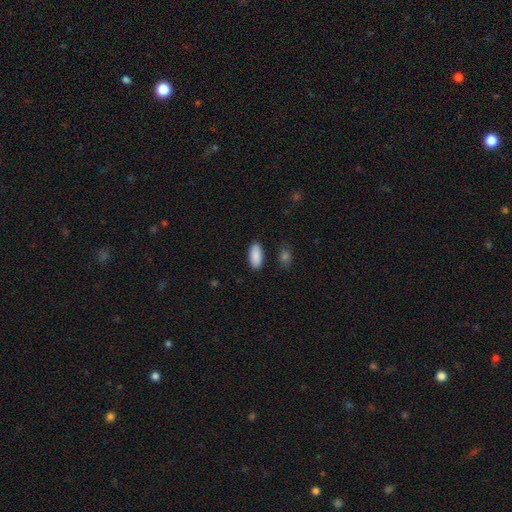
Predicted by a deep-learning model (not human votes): Smooth or featured?
  - smooth: 90% *
  - star or artifact: 6%
  - featured or disk: 4%
How rounded?
  - in between: 90% *
  - cigar-shaped: 8%
  - round: 2%
Merging?
  - none: 87% *
  - minor disturbance: 8%
  - major disturbance: 2%
  - merger: 2%